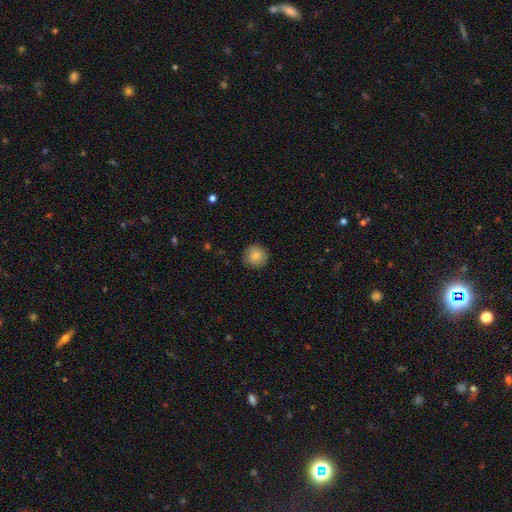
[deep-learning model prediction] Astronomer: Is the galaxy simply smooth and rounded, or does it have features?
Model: smooth — 82%.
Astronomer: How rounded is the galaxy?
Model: round — 93%.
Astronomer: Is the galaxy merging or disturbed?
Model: none — 88%.